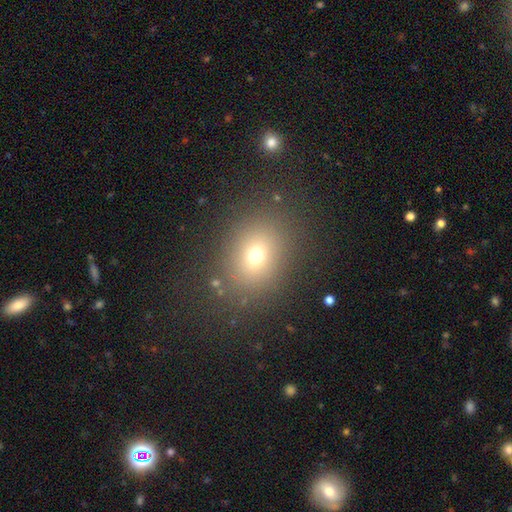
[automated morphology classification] Smooth or featured?
  - smooth: 70% *
  - star or artifact: 19%
  - featured or disk: 12%
How rounded?
  - round: 50% *
  - in between: 48%
  - cigar-shaped: 1%
Merging?
  - none: 84% *
  - minor disturbance: 9%
  - major disturbance: 5%
  - merger: 2%